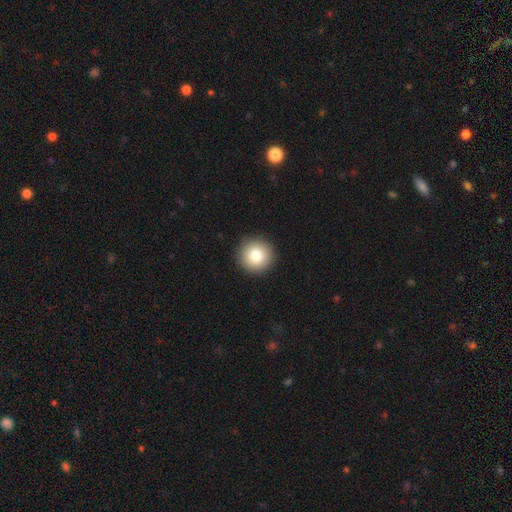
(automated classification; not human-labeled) A smooth galaxy with no disk features (80%) that is round (95%).

Vote fractions:
- Smooth or featured? smooth: 80% / featured or disk: 10% / star or artifact: 10%
- How rounded? round: 95% / in between: 4% / cigar-shaped: 1%
- Merging? none: 93% / minor disturbance: 5% / major disturbance: 2% / merger: 1%